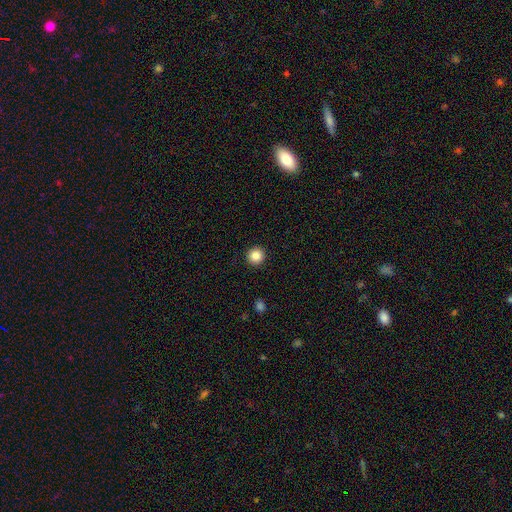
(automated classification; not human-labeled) Smooth or featured? Predicted: smooth (p=0.85). How rounded? Predicted: round (p=0.96). Merging? Predicted: none (p=0.93).